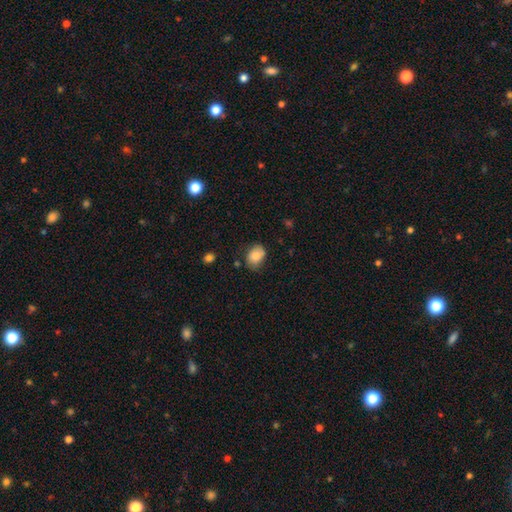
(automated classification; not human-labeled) This is clearly a smooth galaxy (84%). How rounded: likely in between (65%). Merging: likely none (64%).